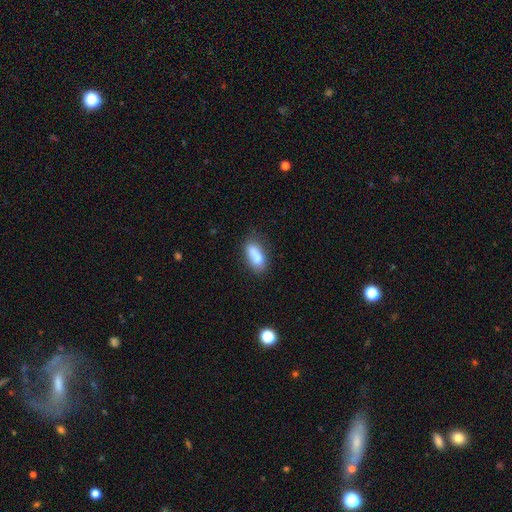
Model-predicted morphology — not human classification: Overall: smooth (79%). How rounded: in between (82%). Merging: none (53%; minor disturbance 25%).